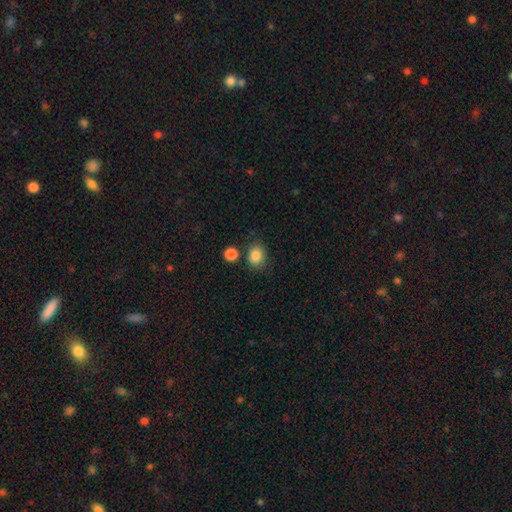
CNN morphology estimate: A smooth galaxy with no disk features (85%) that is round (56%). Merging: none (76%).